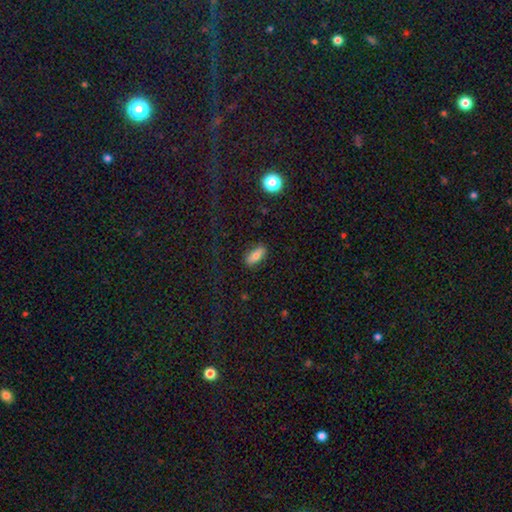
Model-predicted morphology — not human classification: Smooth or featured?
  - smooth: 73% *
  - featured or disk: 18%
  - star or artifact: 9%
How rounded?
  - in between: 79% *
  - cigar-shaped: 16%
  - round: 4%
Merging?
  - none: 84% *
  - minor disturbance: 11%
  - major disturbance: 3%
  - merger: 1%